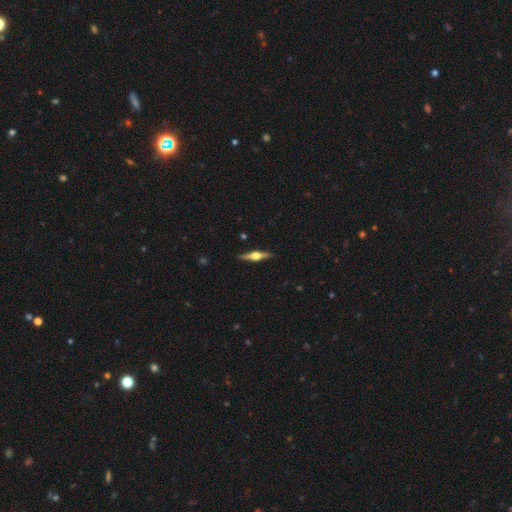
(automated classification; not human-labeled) Morphology: type=featured or disk (73%); edge-on=yes (98%); edge-on bulge=rounded (93%); merging=none (90%).